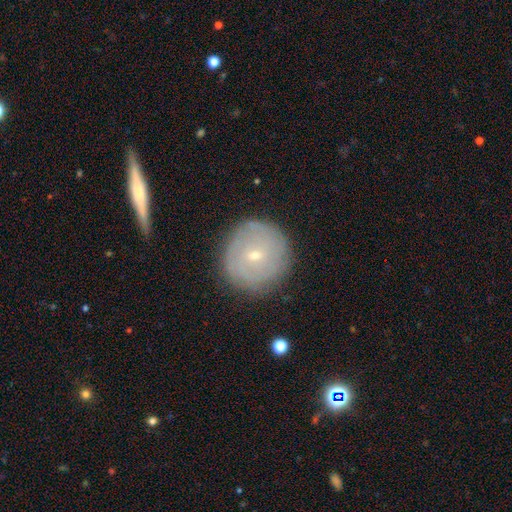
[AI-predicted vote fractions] Q: Smooth or featured?
A: featured or disk (54%); runner-up: smooth (36%)
Q: Edge-on disk?
A: no (92%); runner-up: yes (8%)
Q: Merging?
A: none (86%); runner-up: minor disturbance (10%)